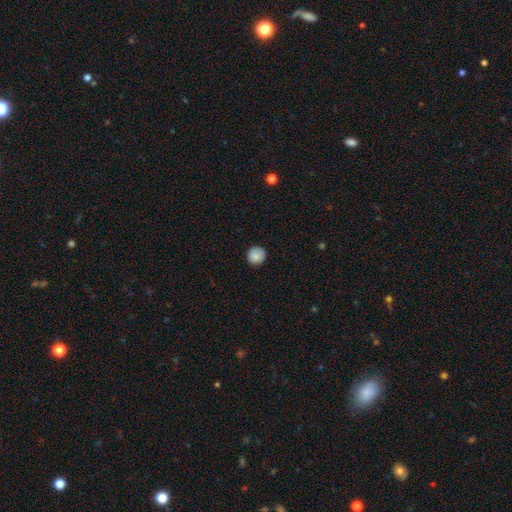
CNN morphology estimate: type=smooth (85%); roundness=round (95%); merging=none (88%).